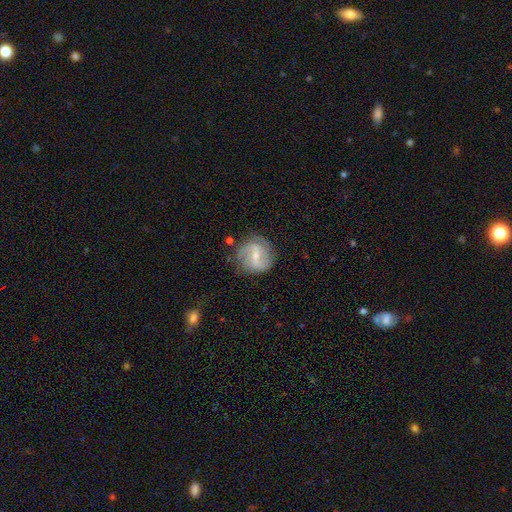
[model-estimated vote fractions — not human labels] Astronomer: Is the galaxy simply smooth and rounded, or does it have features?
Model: featured or disk — 75%.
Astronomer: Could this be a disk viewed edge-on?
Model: no — 97%.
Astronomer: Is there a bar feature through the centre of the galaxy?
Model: weak — 53% (runner-up: strong, 28%).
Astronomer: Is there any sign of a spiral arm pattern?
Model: yes — 91%.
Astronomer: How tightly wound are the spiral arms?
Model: medium — 44% (runner-up: loose, 35%).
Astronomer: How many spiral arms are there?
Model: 2 — 77%.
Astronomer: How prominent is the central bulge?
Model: small — 62%.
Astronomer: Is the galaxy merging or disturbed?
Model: none — 75%.